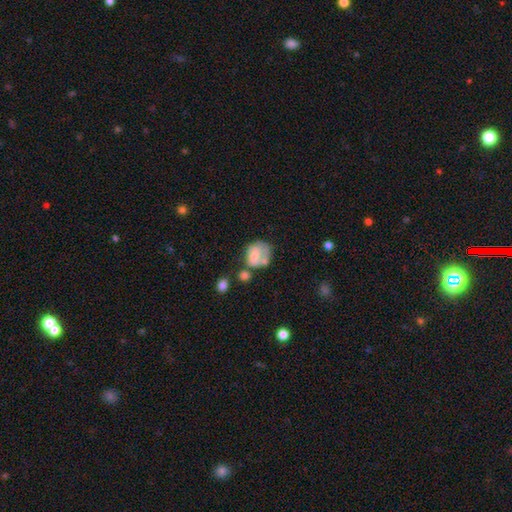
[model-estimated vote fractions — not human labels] Smooth or featured? smooth (53%)
How rounded? round (55%)
Merging? none (33%)